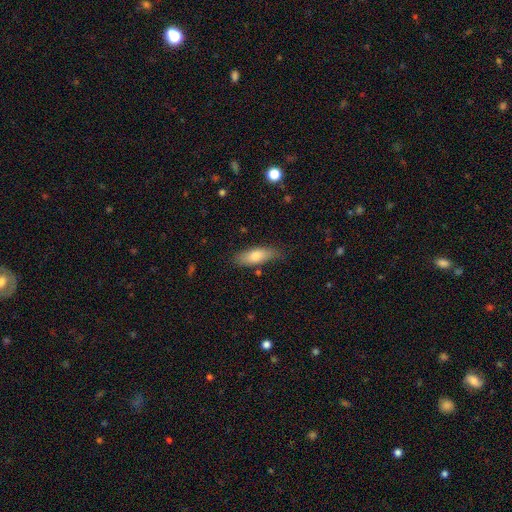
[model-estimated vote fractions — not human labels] Q: Smooth or featured?
A: smooth (76%); runner-up: featured or disk (17%)
Q: How rounded?
A: in between (58%); runner-up: cigar-shaped (40%)
Q: Merging?
A: none (79%); runner-up: minor disturbance (16%)